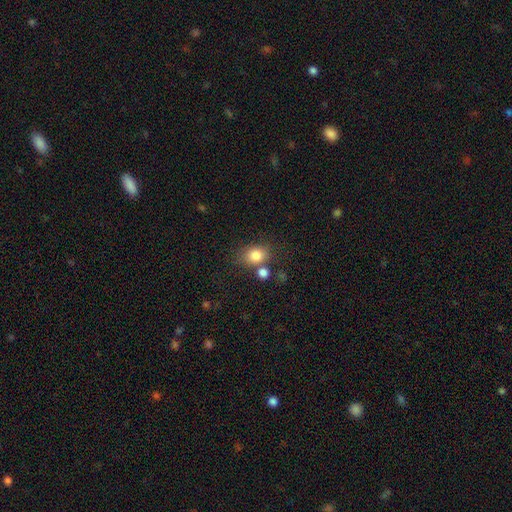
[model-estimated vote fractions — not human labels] Smooth or featured?
  - smooth: 82% *
  - star or artifact: 10%
  - featured or disk: 7%
How rounded?
  - round: 52% *
  - in between: 47%
  - cigar-shaped: 1%
Merging?
  - none: 63% *
  - merger: 18%
  - minor disturbance: 14%
  - major disturbance: 5%